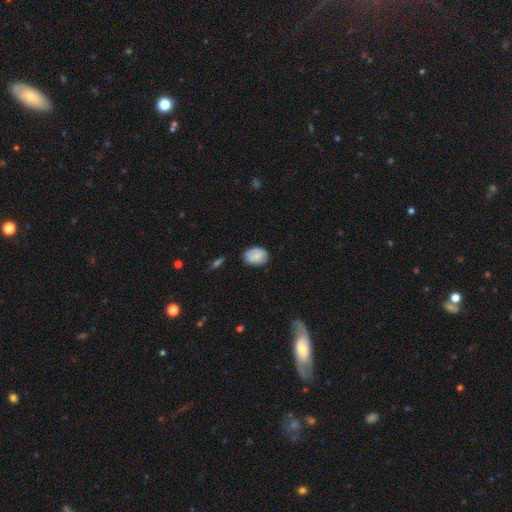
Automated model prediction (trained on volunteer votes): This appears to be a smooth galaxy with no disk features (77%) that is in between round and cigar-shaped (80%). Merging: none (75%).